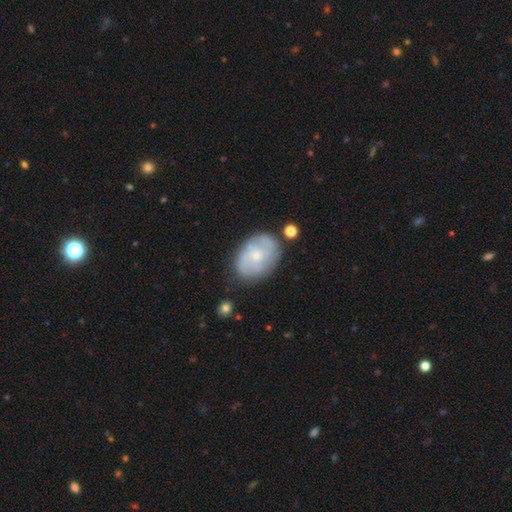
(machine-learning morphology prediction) This appears to be a featured or disk galaxy (62%) with no bar (71%), 2 (34%) medium (42%) spiral arms (83%) and a small central bulge (66%). Merging: none (73%).